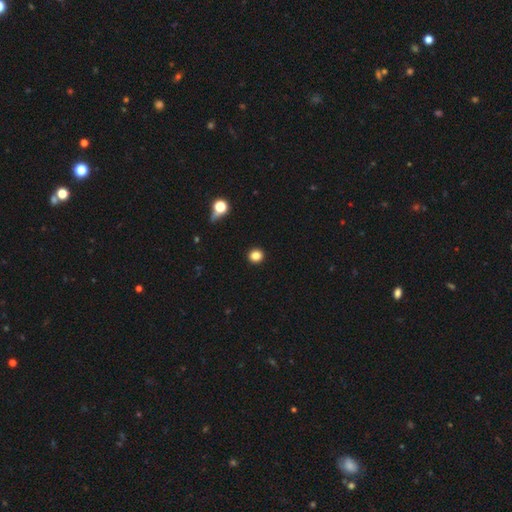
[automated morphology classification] Smooth or featured?
  - smooth: 85% *
  - star or artifact: 11%
  - featured or disk: 4%
How rounded?
  - round: 88% *
  - in between: 11%
  - cigar-shaped: 1%
Merging?
  - none: 92% *
  - minor disturbance: 5%
  - major disturbance: 2%
  - merger: 1%